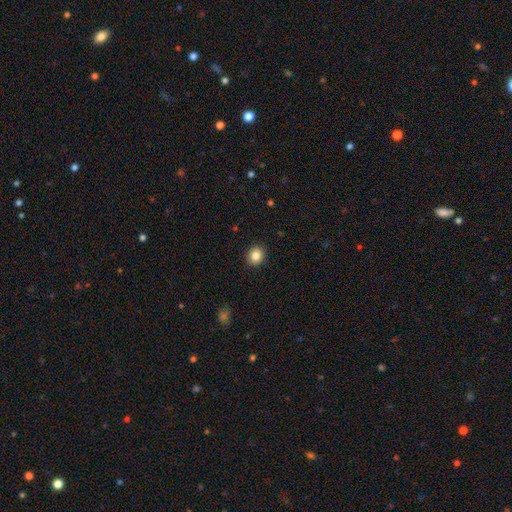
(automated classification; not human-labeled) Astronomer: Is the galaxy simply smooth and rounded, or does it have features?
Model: smooth — 85%.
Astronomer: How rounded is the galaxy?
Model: round — 74%.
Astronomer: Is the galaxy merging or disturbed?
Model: none — 91%.